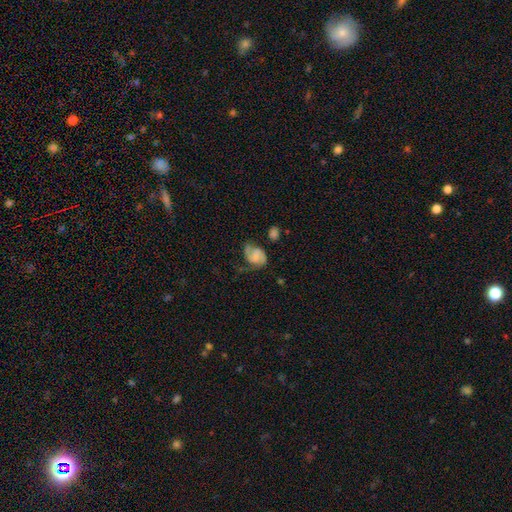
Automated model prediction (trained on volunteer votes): A featured or disk galaxy (49%). Merging: none (39%).